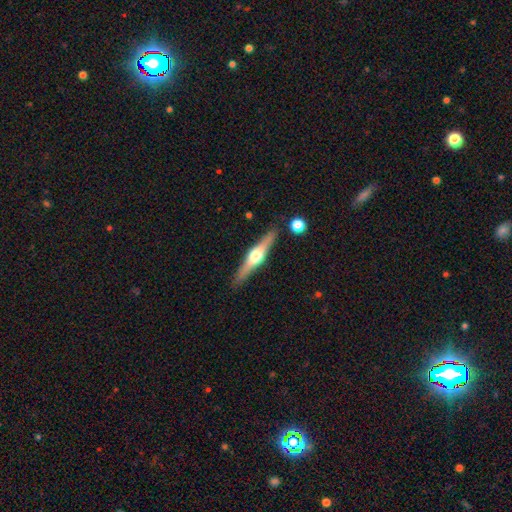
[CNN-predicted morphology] type=featured or disk (75%); edge-on=yes (98%); edge-on bulge=rounded (93%); merging=none (88%).